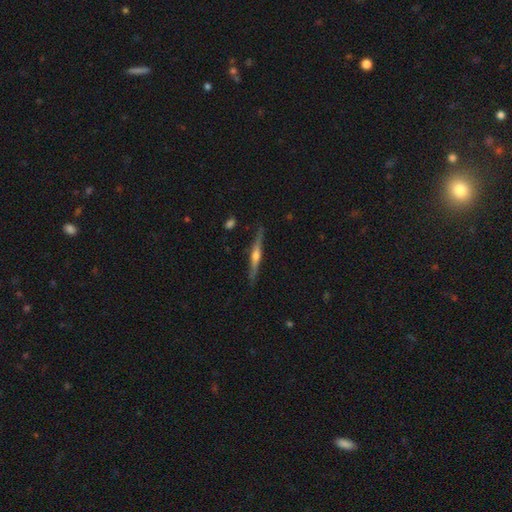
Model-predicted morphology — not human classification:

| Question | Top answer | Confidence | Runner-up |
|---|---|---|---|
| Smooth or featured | featured or disk | 71% | smooth (23%) |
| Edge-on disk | yes | 98% | no (2%) |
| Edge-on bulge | rounded | 84% | boxy (9%) |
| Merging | none | 86% | minor disturbance (11%) |